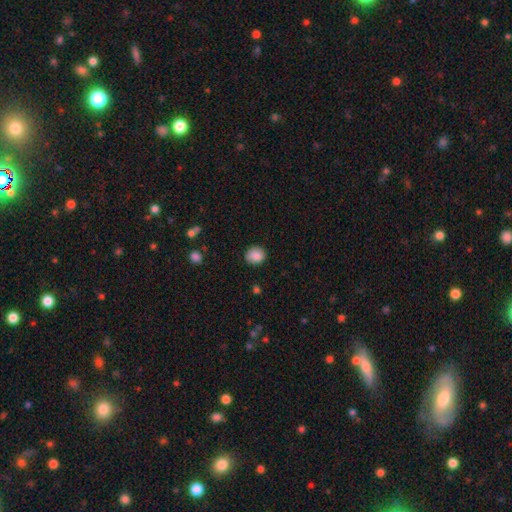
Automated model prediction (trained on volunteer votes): Smooth or featured? Predicted: smooth (p=0.86). How rounded? Predicted: round (p=0.75). Merging? Predicted: none (p=0.84).